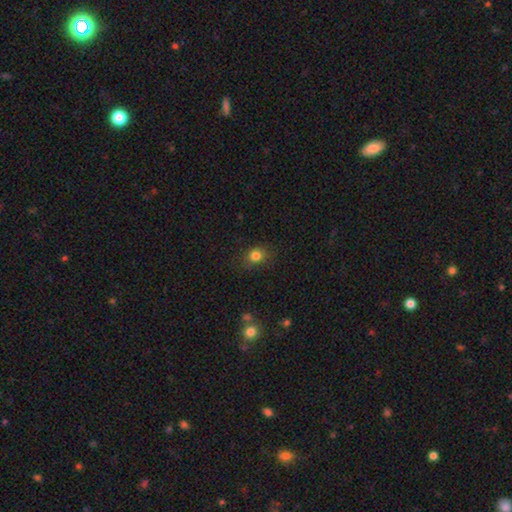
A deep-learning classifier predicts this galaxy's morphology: Smooth or featured?
  - smooth: 81% *
  - star or artifact: 13%
  - featured or disk: 6%
How rounded?
  - round: 69% *
  - in between: 30%
  - cigar-shaped: 1%
Merging?
  - none: 79% *
  - minor disturbance: 15%
  - major disturbance: 5%
  - merger: 2%